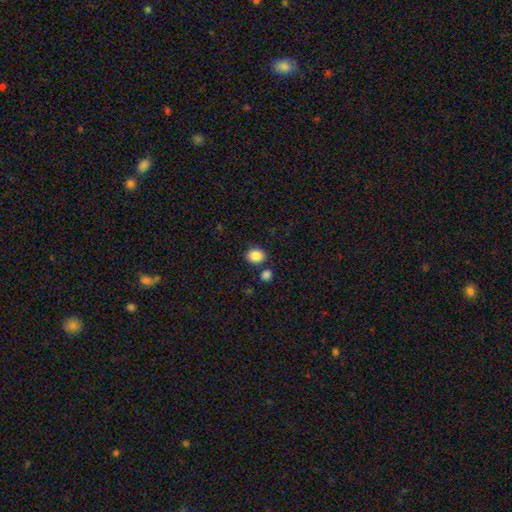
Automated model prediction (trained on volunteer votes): Smooth or featured? Predicted: smooth (p=0.86). How rounded? Predicted: round (p=0.59). Merging? Predicted: none (p=0.77).